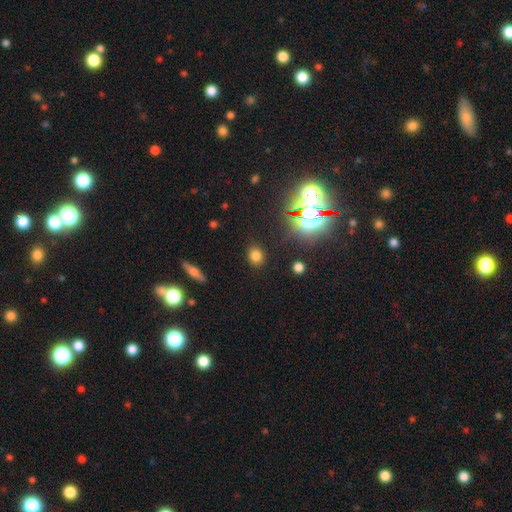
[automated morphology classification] Smooth or featured? smooth (72%)
How rounded? round (58%)
Merging? none (86%)